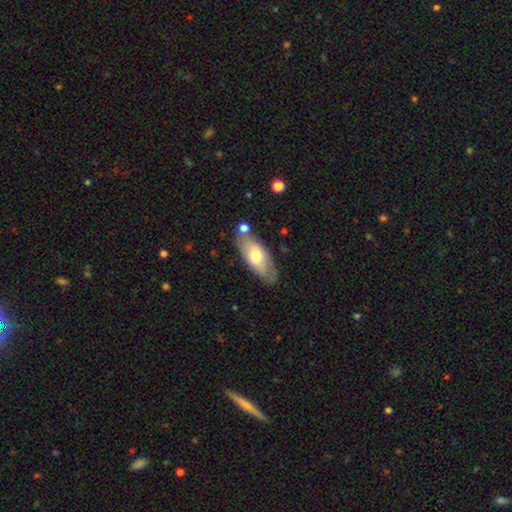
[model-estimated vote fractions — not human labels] The model was most divided on "smooth or featured": smooth: 59%, featured or disk: 35%, star or artifact: 6%. More confident: how rounded — in between (78%); merging — none (69%).